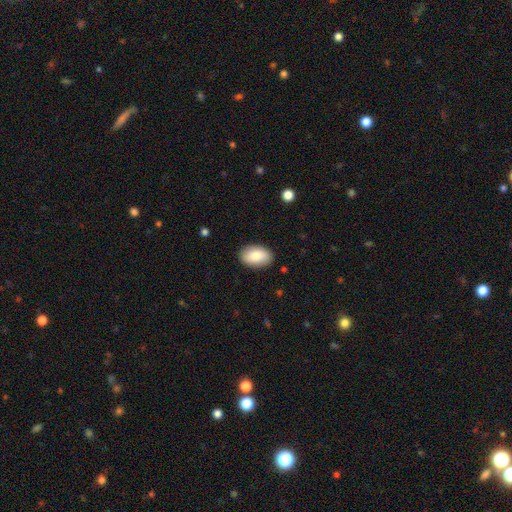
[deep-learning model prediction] Q: Smooth or featured?
A: smooth (82%); runner-up: featured or disk (12%)
Q: How rounded?
A: in between (92%); runner-up: round (7%)
Q: Merging?
A: none (88%); runner-up: minor disturbance (9%)